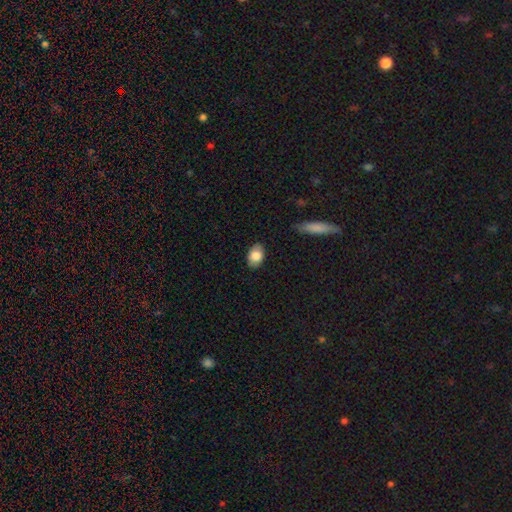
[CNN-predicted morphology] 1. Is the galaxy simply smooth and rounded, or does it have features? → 81% smooth, 12% featured or disk, 7% star or artifact.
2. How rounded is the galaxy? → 86% in between, 13% round, 1% cigar-shaped.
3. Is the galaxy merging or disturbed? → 85% none, 12% minor disturbance, 2% major disturbance, 1% merger.